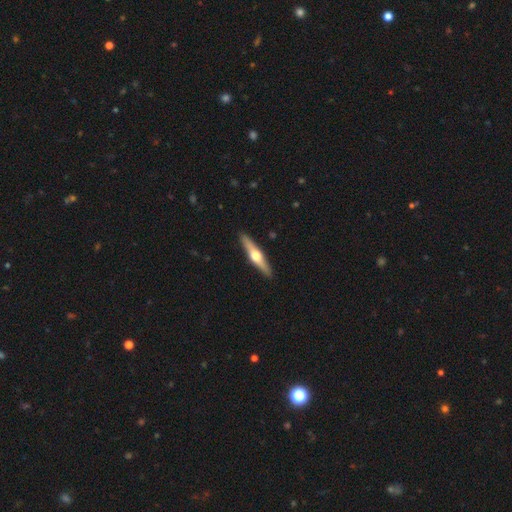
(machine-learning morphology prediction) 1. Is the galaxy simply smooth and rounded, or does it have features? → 68% featured or disk, 28% smooth, 5% star or artifact.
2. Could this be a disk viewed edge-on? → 97% yes, 3% no.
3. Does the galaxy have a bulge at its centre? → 96% rounded, 2% boxy, 2% none.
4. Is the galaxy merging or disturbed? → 92% none, 6% minor disturbance, 1% major disturbance, 1% merger.